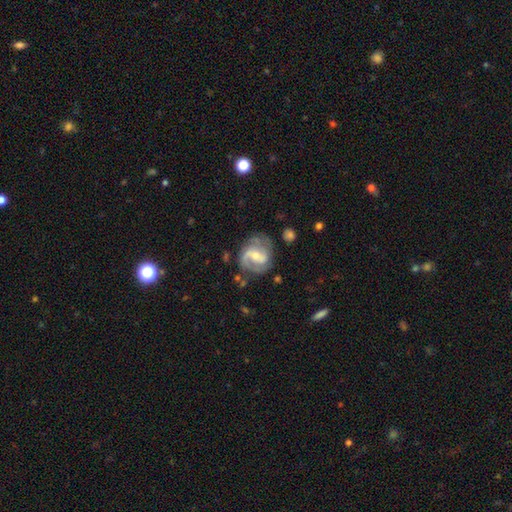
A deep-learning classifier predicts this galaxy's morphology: This is clearly a featured or disk galaxy (84%). It is clearly not viewed edge-on (98%). Bar: possibly weak (49%). Spiral arm pattern: clearly yes (95%). Spiral arm count: likely 2 (73%). Spiral winding: possibly medium (51%). Central bulge: possibly moderate (47%). Merging: likely none (67%).